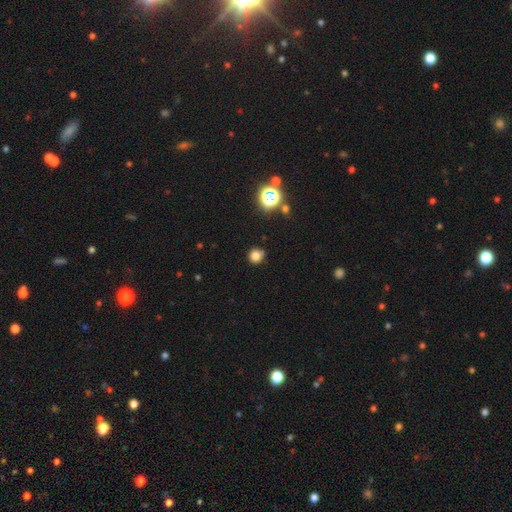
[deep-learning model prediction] This is likely a smooth galaxy (79%). How rounded: clearly round (88%). Merging: clearly none (80%).